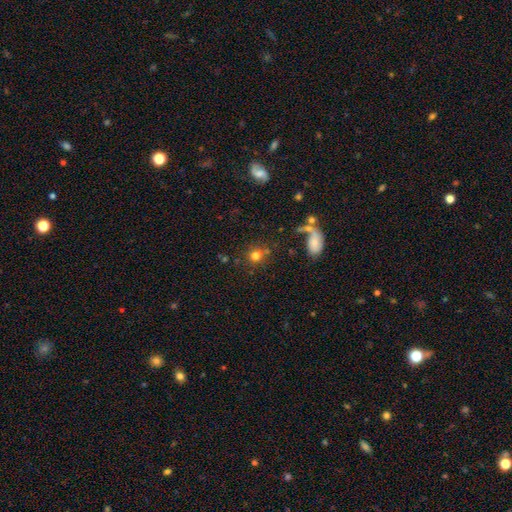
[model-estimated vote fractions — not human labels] A smooth galaxy with no disk features (76%) that is round (88%).

Vote fractions:
- Smooth or featured? smooth: 76% / star or artifact: 14% / featured or disk: 10%
- How rounded? round: 88% / in between: 11% / cigar-shaped: 1%
- Merging? none: 71% / merger: 13% / minor disturbance: 10% / major disturbance: 7%